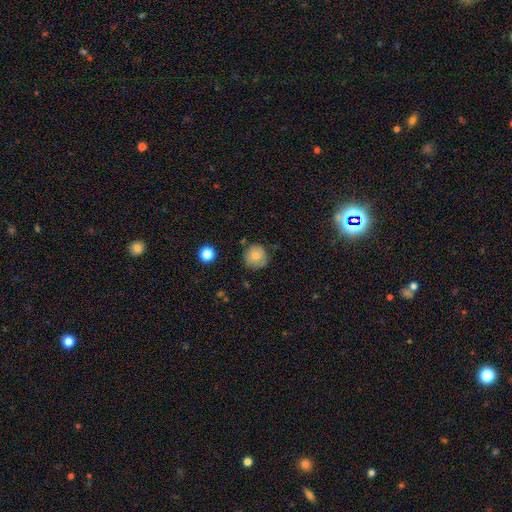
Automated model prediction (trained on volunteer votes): Smooth or featured?
  - smooth: 80% *
  - featured or disk: 10%
  - star or artifact: 9%
How rounded?
  - round: 93% *
  - in between: 6%
  - cigar-shaped: 1%
Merging?
  - none: 80% *
  - minor disturbance: 15%
  - major disturbance: 3%
  - merger: 2%